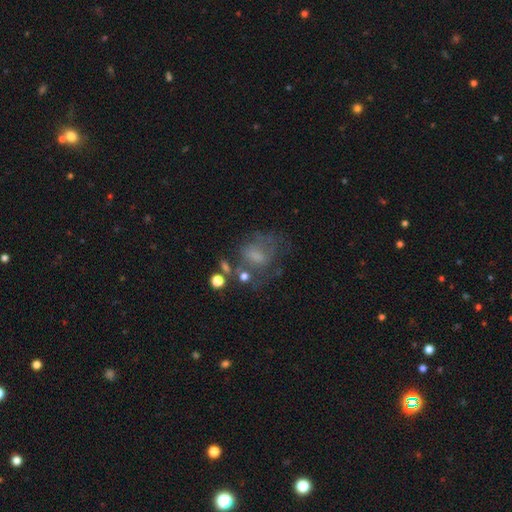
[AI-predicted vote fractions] This is marginally a featured or disk galaxy (44%). Merging: marginally none (45%).